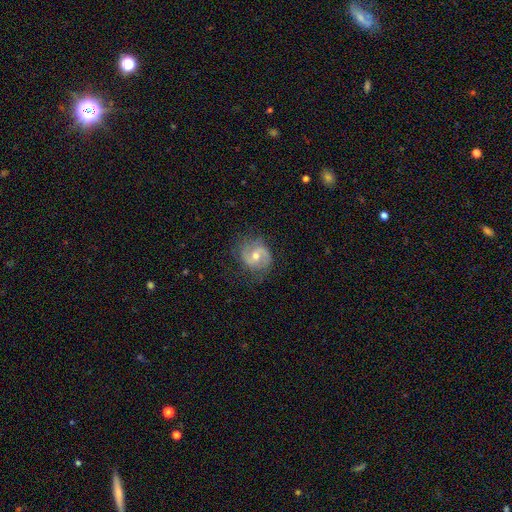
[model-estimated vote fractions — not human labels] Smooth or featured?
  - featured or disk: 79% *
  - smooth: 15%
  - star or artifact: 6%
Edge-on disk?
  - no: 98% *
  - yes: 2%
Bar?
  - no: 46% *
  - weak: 43%
  - strong: 11%
Spiral arms?
  - yes: 93% *
  - no: 7%
Spiral winding?
  - medium: 50% *
  - loose: 27%
  - tight: 23%
Spiral arm count?
  - 2: 87% *
  - can't tell: 6%
  - 1: 3%
  - 3: 2%
  - 4: 1%
  - more than 4: 1%
Bulge size?
  - moderate: 68% *
  - small: 26%
  - large: 3%
  - none: 1%
  - dominant: 1%
Merging?
  - none: 73% *
  - minor disturbance: 18%
  - major disturbance: 8%
  - merger: 1%